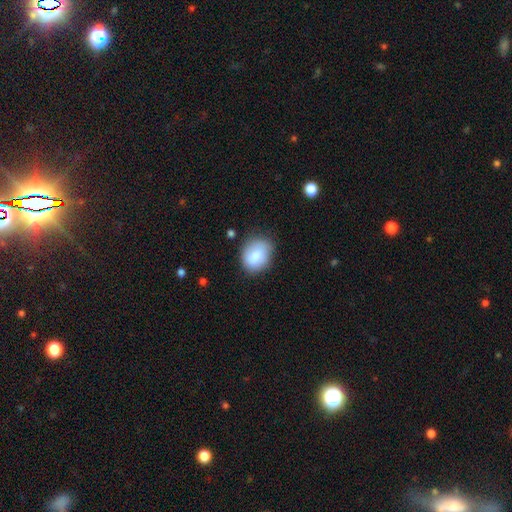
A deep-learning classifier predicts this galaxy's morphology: A smooth galaxy with no disk features (84%) that is in between round and cigar-shaped (59%).

Vote fractions:
- Smooth or featured? smooth: 84% / featured or disk: 9% / star or artifact: 7%
- How rounded? in between: 59% / round: 40% / cigar-shaped: 1%
- Merging? none: 73% / minor disturbance: 21% / major disturbance: 5% / merger: 2%